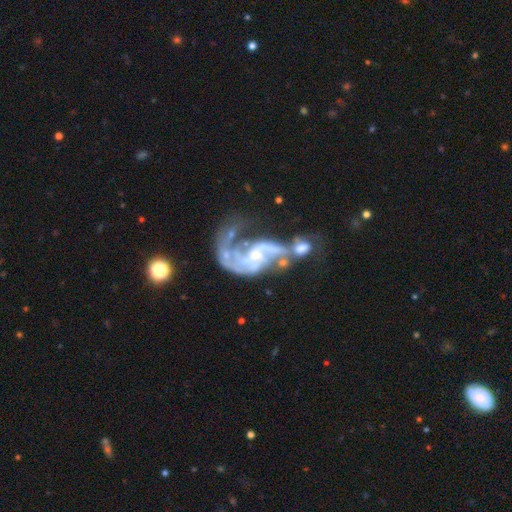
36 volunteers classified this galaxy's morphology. Overall: featured or disk (83%). Edge-on disk: no (100%). Bar: weak (50%; no 37%). Spiral arms: yes (90%). Spiral arm count: 2 (41%; 1 19%). Spiral winding: loose (52%; medium 37%). Bulge size: small (73%). Merging: major disturbance (38%; merger 32%).